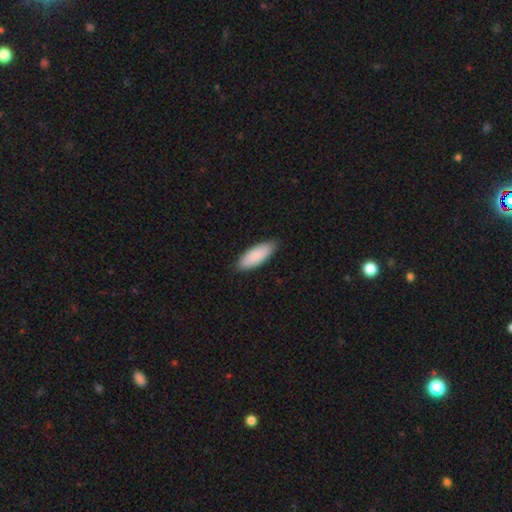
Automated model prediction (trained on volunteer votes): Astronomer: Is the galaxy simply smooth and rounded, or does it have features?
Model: smooth — 90%.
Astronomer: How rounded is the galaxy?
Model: in between — 72%.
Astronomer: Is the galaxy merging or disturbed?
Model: none — 88%.